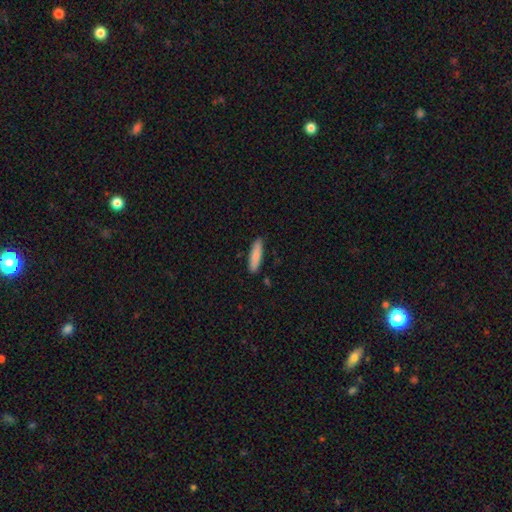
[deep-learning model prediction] Overall: smooth (85%). How rounded: cigar-shaped (68%; in between 30%). Merging: none (88%).